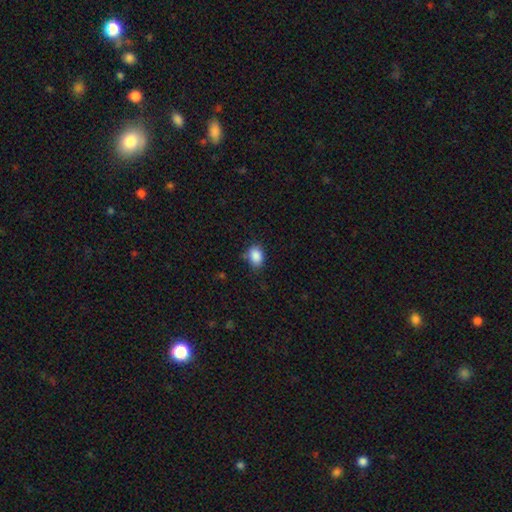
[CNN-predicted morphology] Q: Smooth or featured?
A: smooth (88%); runner-up: star or artifact (9%)
Q: How rounded?
A: in between (70%); runner-up: round (29%)
Q: Merging?
A: none (75%); runner-up: minor disturbance (19%)